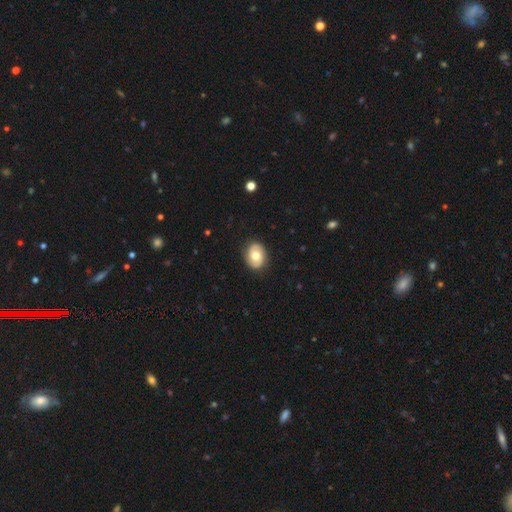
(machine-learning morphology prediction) featured or disk 47%, smooth 46%, star or artifact 7%. Down the decision tree: merging — none (86%).